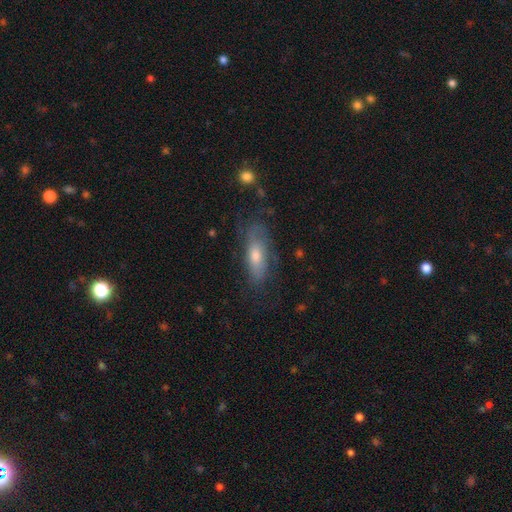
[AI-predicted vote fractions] Q: Smooth or featured?
A: featured or disk (49%); runner-up: smooth (43%)
Q: Merging?
A: none (64%); runner-up: minor disturbance (23%)